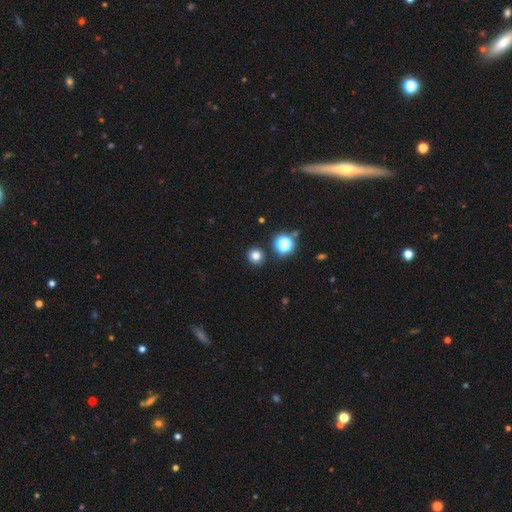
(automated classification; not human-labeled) Morphology: type=smooth (78%); roundness=round (92%); merging=none (89%).